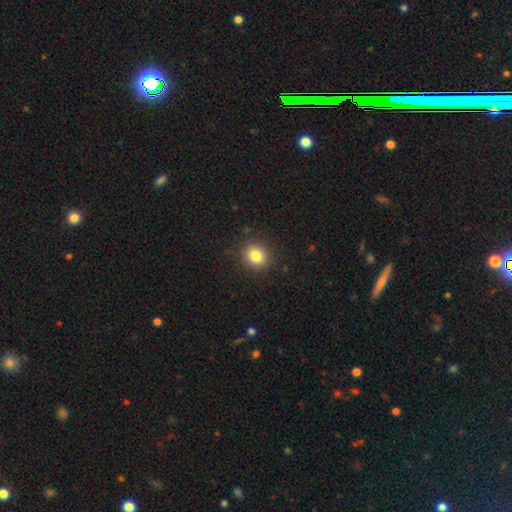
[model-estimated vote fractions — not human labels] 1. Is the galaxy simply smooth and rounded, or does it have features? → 83% smooth, 11% star or artifact, 6% featured or disk.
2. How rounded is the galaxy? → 79% round, 21% in between, 1% cigar-shaped.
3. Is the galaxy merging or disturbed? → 89% none, 7% minor disturbance, 3% major disturbance, 1% merger.